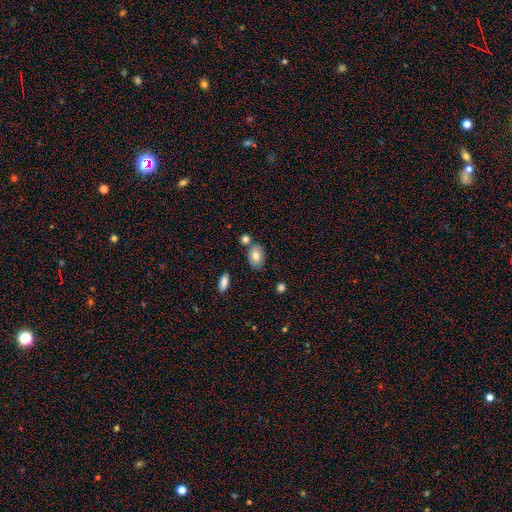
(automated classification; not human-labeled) A smooth galaxy with no disk features (77%) that is in between round and cigar-shaped (85%).

Vote fractions:
- Smooth or featured? smooth: 77% / featured or disk: 15% / star or artifact: 8%
- How rounded? in between: 85% / round: 14% / cigar-shaped: 1%
- Merging? none: 69% / minor disturbance: 15% / merger: 13% / major disturbance: 3%